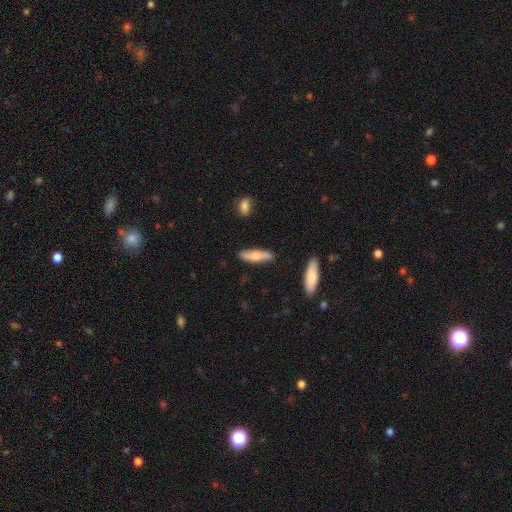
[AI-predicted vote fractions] The model was most divided on "smooth or featured": smooth: 59%, featured or disk: 35%, star or artifact: 6%. More confident: merging — none (83%); how rounded — cigar-shaped (68%).